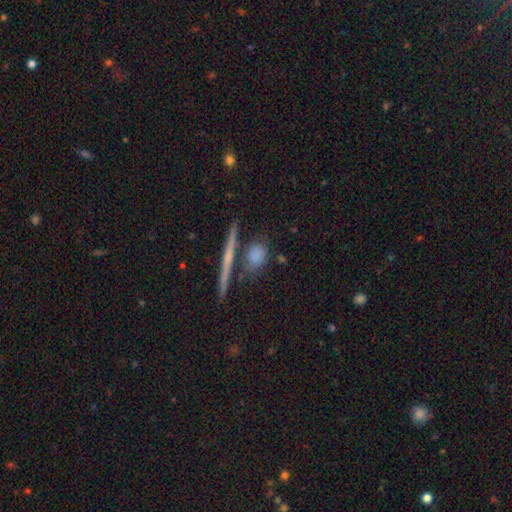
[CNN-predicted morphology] Smooth or featured?
  - smooth: 70% *
  - featured or disk: 19%
  - star or artifact: 11%
How rounded?
  - round: 56% *
  - in between: 24%
  - cigar-shaped: 20%
Merging?
  - none: 69% *
  - minor disturbance: 13%
  - merger: 13%
  - major disturbance: 5%